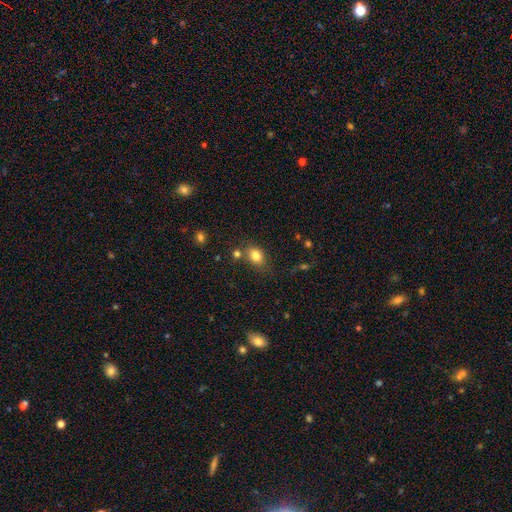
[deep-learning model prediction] Smooth or featured? smooth (81%)
How rounded? in between (55%)
Merging? none (66%)